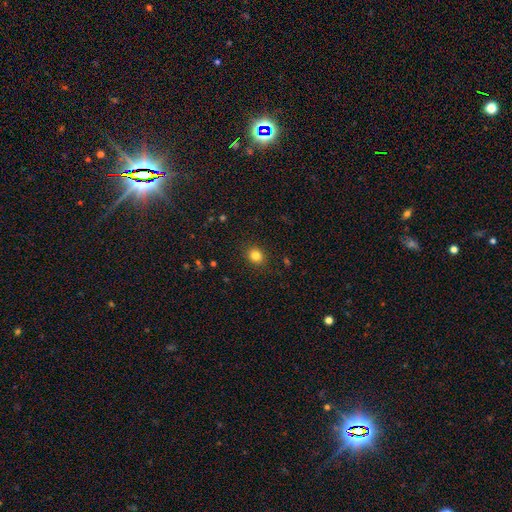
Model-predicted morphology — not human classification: Smooth or featured: smooth — 83% (star or artifact — 12%)
How rounded: round — 72% (in between — 27%)
Merging: none — 89% (minor disturbance — 7%)